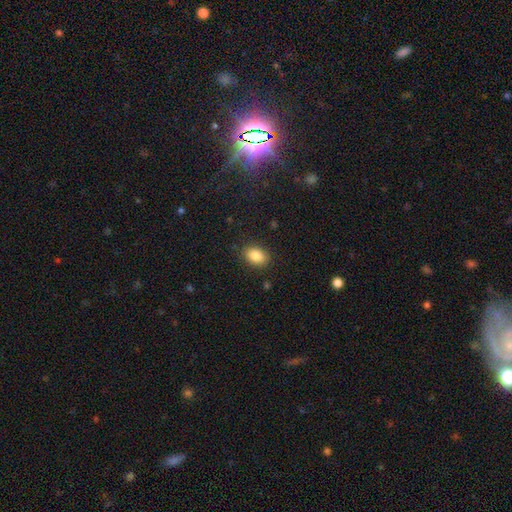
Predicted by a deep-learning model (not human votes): Smooth or featured: smooth — 86% (star or artifact — 8%)
How rounded: in between — 79% (round — 20%)
Merging: none — 87% (minor disturbance — 9%)